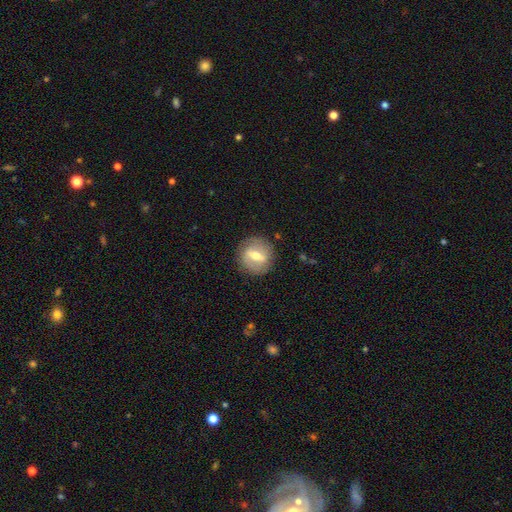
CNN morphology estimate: Smooth or featured? Predicted: featured or disk (p=0.53). Edge-on disk? Predicted: no (p=0.84). Merging? Predicted: none (p=0.85).